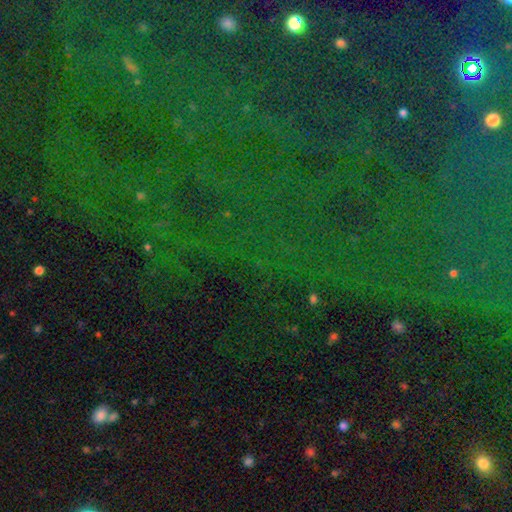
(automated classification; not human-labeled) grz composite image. It shows a star or artifact, not a galaxy (83%).